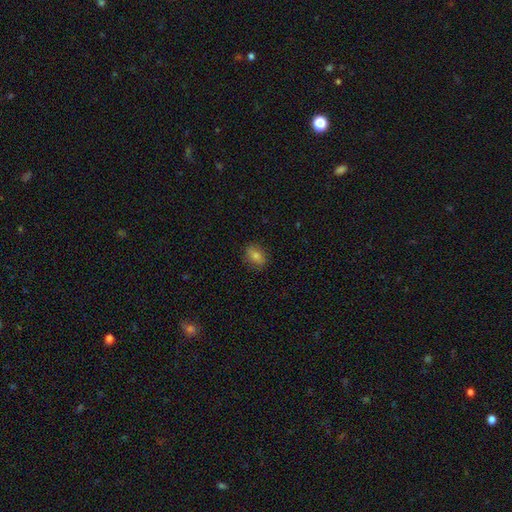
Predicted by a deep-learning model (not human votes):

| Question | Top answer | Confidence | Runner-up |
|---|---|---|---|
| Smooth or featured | smooth | 72% | featured or disk (17%) |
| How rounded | in between | 73% | round (22%) |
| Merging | none | 85% | minor disturbance (11%) |